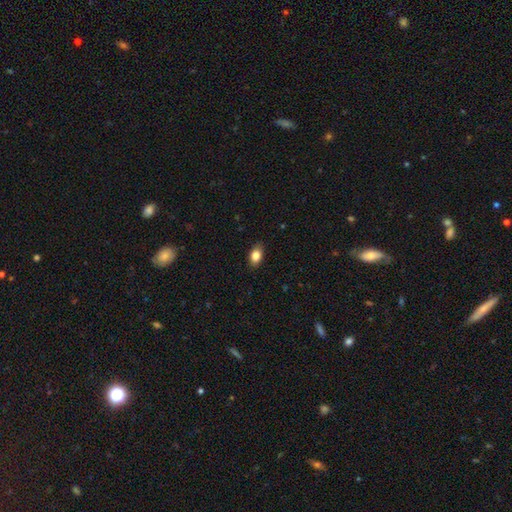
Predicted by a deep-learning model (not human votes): smooth_or_featured: smooth (p=0.84) [alt: star or artifact p=0.09]
how_rounded: in between (p=0.84) [alt: round p=0.14]
merging: none (p=0.86) [alt: minor disturbance p=0.11]